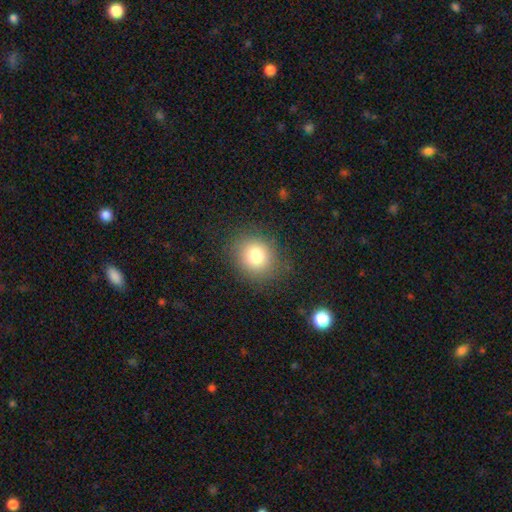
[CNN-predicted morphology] Q: Smooth or featured?
A: smooth (79%); runner-up: star or artifact (12%)
Q: How rounded?
A: round (75%); runner-up: in between (24%)
Q: Merging?
A: none (85%); runner-up: minor disturbance (10%)